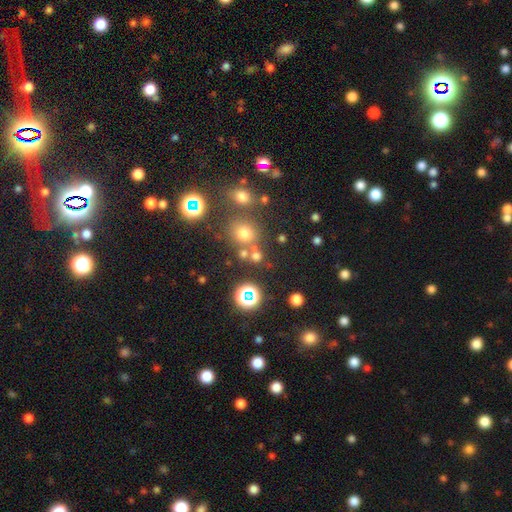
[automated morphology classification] This appears to be a smooth galaxy with no disk features (61%) that is round (85%). Merging: none (66%).